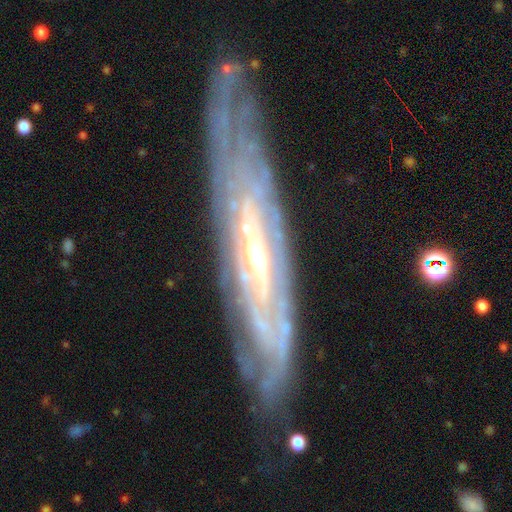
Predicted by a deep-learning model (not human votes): The model was most divided on "bar": no: 40%, weak: 34%, strong: 26%. More confident: spiral arms — yes (93%); smooth or featured — featured or disk (86%); merging — none (79%); spiral winding — tight (76%); bulge size — small (64%); edge-on disk — no (63%); spiral arm count — can't tell (54%).